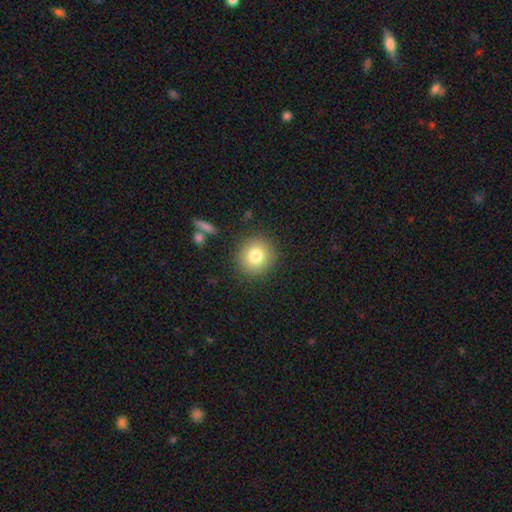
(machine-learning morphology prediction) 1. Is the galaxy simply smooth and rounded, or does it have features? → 80% smooth, 10% star or artifact, 10% featured or disk.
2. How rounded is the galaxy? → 90% round, 9% in between, 1% cigar-shaped.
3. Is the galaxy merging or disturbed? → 88% none, 8% minor disturbance, 3% major disturbance, 2% merger.